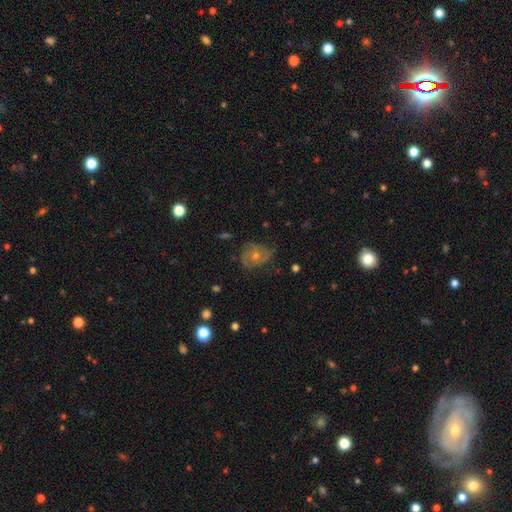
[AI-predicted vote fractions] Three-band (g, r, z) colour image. It shows a featured or disk galaxy (62%) with no bar (81%), spiral arms (83%) and a moderate central bulge (53%). Merging: none (67%).